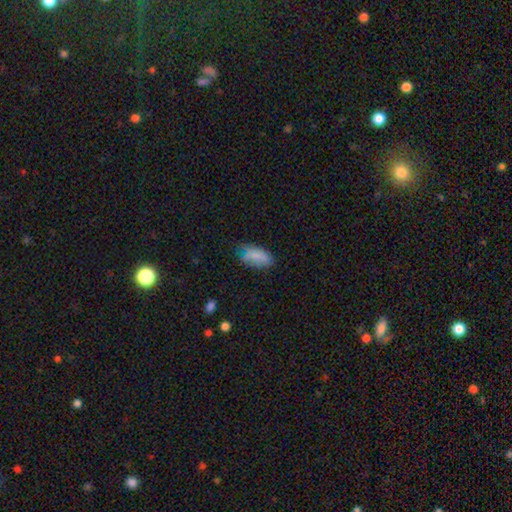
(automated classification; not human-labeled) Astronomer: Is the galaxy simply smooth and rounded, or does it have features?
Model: smooth — 80%.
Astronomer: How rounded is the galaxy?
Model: in between — 89%.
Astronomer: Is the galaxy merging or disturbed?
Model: none — 54% (runner-up: minor disturbance, 32%).